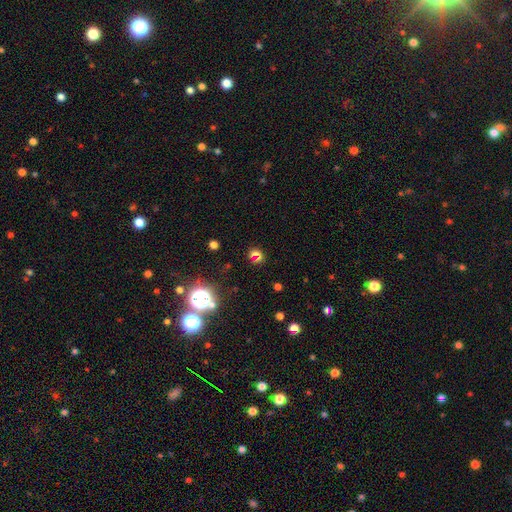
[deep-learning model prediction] Overall: smooth (46%; star or artifact 41%). Merging: none (61%).